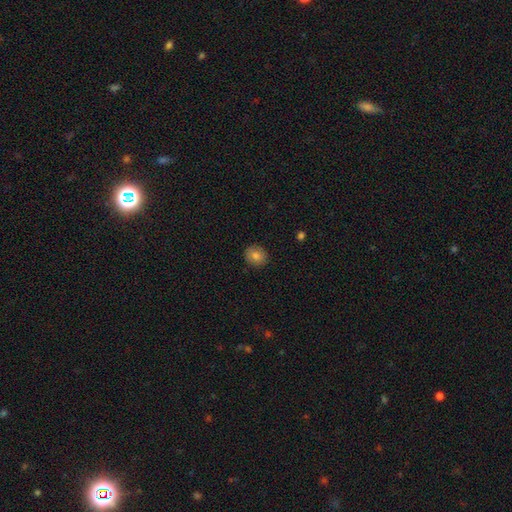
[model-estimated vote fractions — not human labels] Q: Smooth or featured?
A: smooth (81%); runner-up: star or artifact (10%)
Q: How rounded?
A: round (78%); runner-up: in between (21%)
Q: Merging?
A: none (88%); runner-up: minor disturbance (9%)